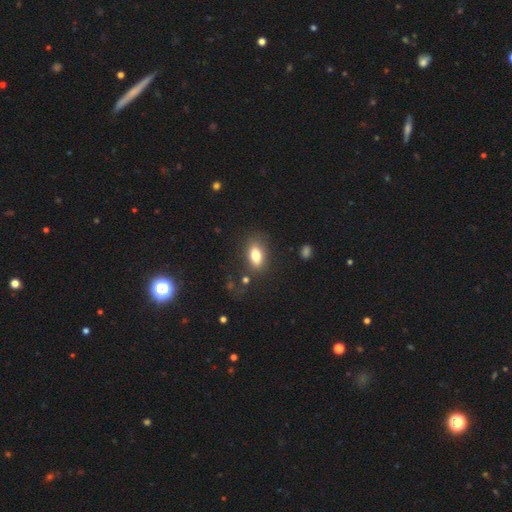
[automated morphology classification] A smooth galaxy with no disk features (79%) that is in between round and cigar-shaped (85%).

Vote fractions:
- Smooth or featured? smooth: 79% / featured or disk: 12% / star or artifact: 9%
- How rounded? in between: 85% / round: 8% / cigar-shaped: 7%
- Merging? none: 77% / minor disturbance: 14% / major disturbance: 6% / merger: 4%